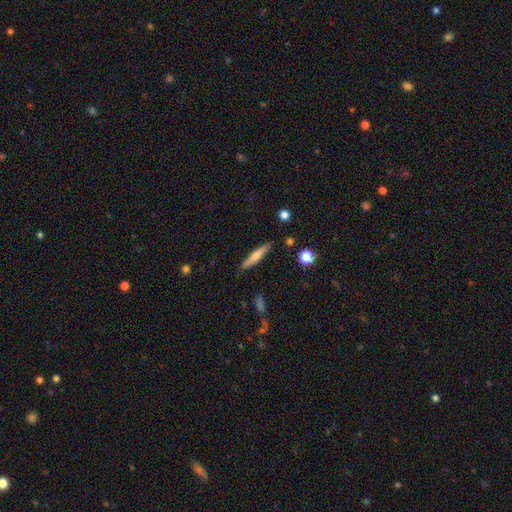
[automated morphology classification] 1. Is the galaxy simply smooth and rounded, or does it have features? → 47% smooth, 46% featured or disk, 7% star or artifact.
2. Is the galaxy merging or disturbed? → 88% none, 8% minor disturbance, 2% major disturbance, 2% merger.